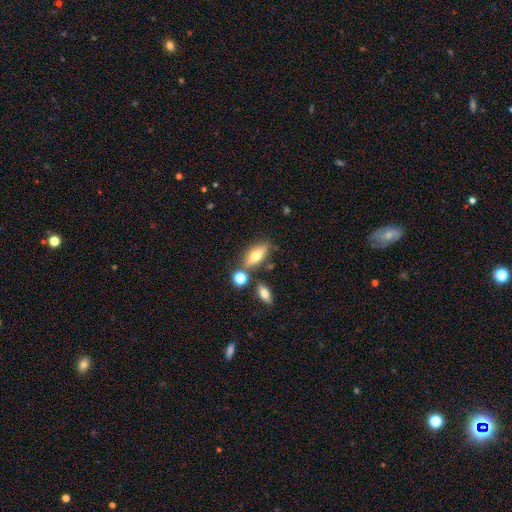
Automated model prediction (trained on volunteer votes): Smooth or featured? smooth (64%)
How rounded? in between (71%)
Merging? none (69%)